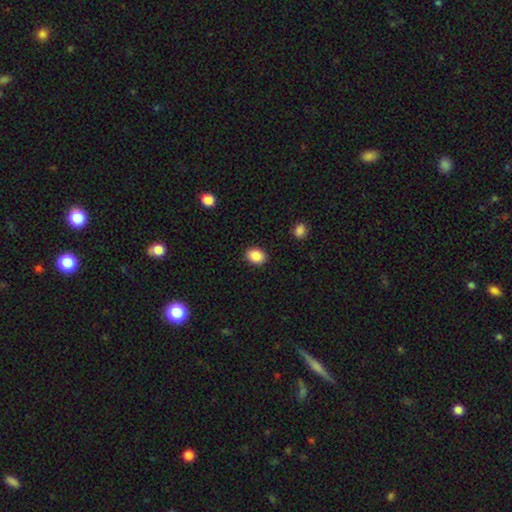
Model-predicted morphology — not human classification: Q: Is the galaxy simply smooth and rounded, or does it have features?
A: smooth — 88%.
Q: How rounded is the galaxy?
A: in between — 65%.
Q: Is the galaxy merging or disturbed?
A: none — 89%.